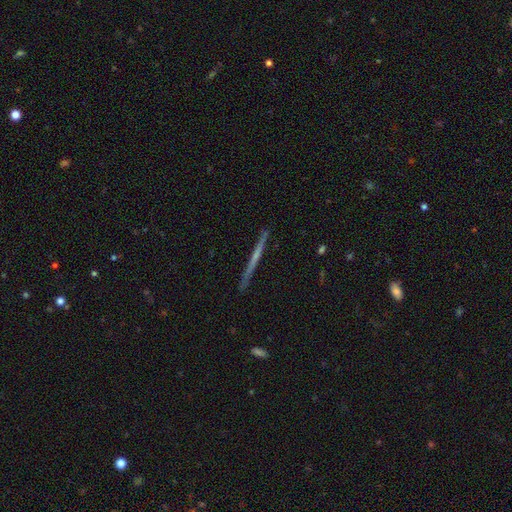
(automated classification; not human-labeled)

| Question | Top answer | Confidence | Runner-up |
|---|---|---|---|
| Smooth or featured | featured or disk | 63% | smooth (30%) |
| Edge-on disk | yes | 98% | no (2%) |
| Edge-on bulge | none | 77% | rounded (18%) |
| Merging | none | 90% | minor disturbance (7%) |